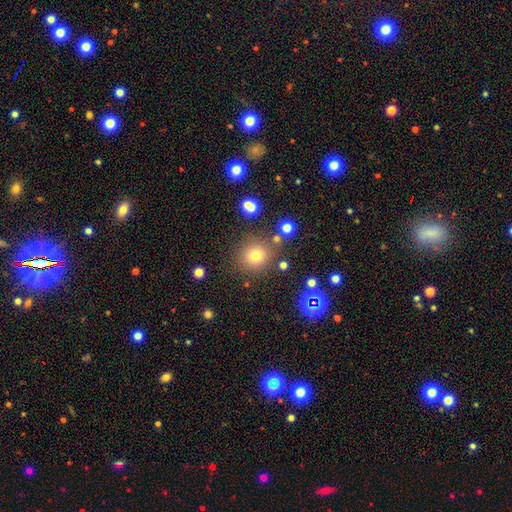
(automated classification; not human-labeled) Smooth or featured? smooth (74%)
How rounded? round (90%)
Merging? none (81%)